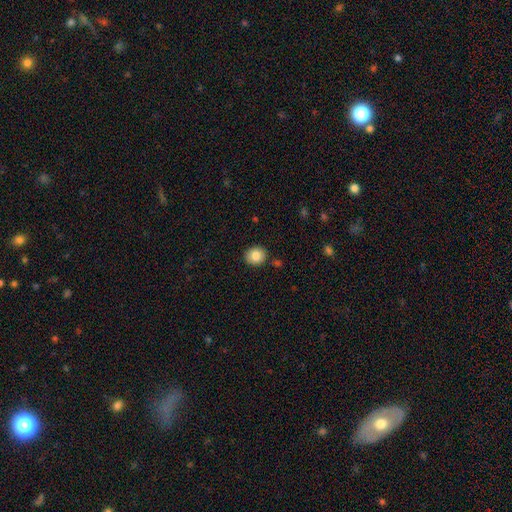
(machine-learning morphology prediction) Smooth or featured? smooth (84%)
How rounded? round (79%)
Merging? none (87%)